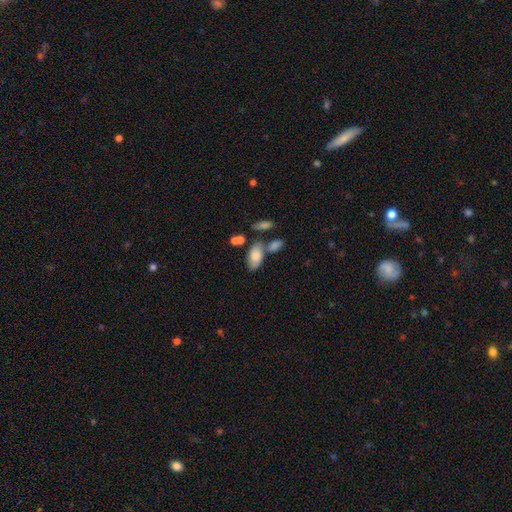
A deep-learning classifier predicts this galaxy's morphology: smooth-or-featured: smooth: 71% | featured or disk: 22% | star or artifact: 7%
  how-rounded: in between: 92% | round: 4% | cigar-shaped: 4%
  merging: none: 52% | merger: 24% | minor disturbance: 17% | major disturbance: 6%